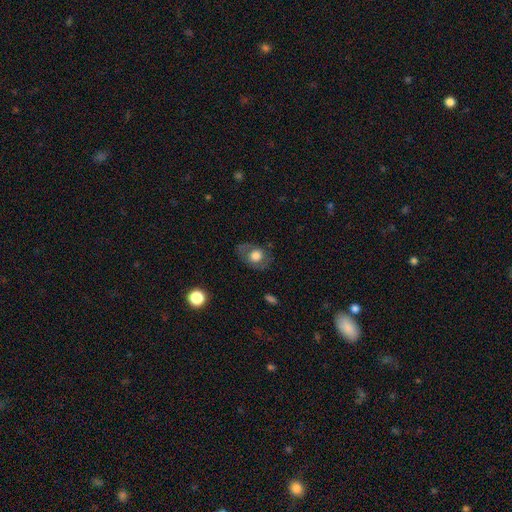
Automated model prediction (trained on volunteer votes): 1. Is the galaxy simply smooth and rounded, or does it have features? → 60% smooth, 31% featured or disk, 9% star or artifact.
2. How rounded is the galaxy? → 58% in between, 41% round, 1% cigar-shaped.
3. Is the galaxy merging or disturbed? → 71% none, 18% minor disturbance, 10% major disturbance, 1% merger.